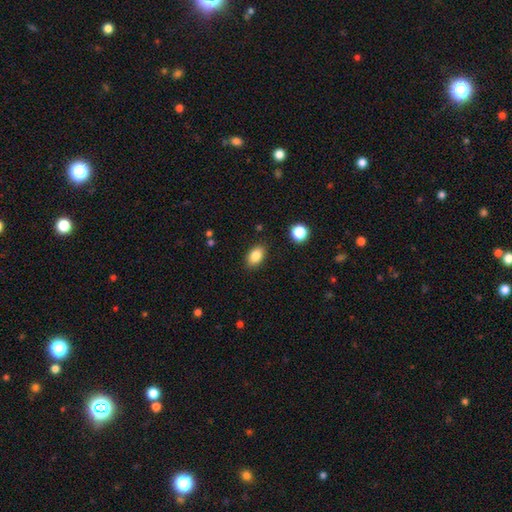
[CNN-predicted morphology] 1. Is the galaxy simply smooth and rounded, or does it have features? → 84% smooth, 9% star or artifact, 7% featured or disk.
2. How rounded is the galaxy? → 87% in between, 11% round, 2% cigar-shaped.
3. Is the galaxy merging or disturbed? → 86% none, 10% minor disturbance, 2% major disturbance, 2% merger.